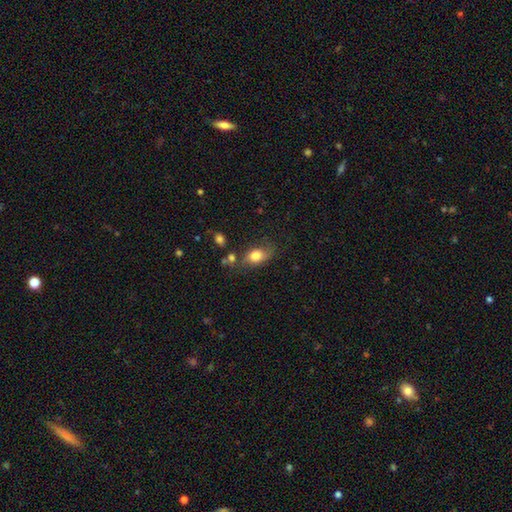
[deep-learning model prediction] This is likely a smooth galaxy (76%). How rounded: likely in between (78%). Merging: likely none (60%).